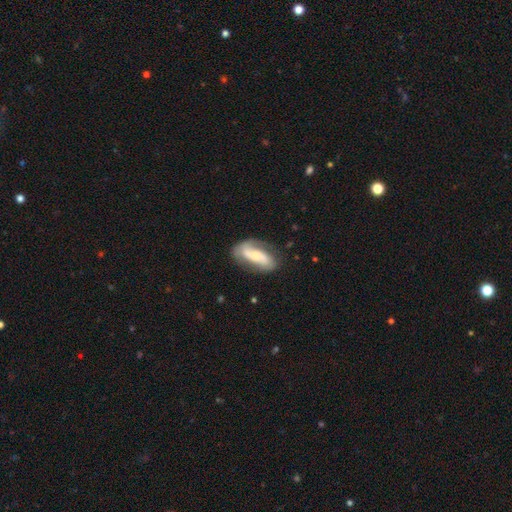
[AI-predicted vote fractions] This is likely a featured or disk galaxy (65%). It is clearly not viewed edge-on (88%). Bar: marginally no (40%). Spiral arm pattern: likely yes (78%). Central bulge: possibly moderate (52%). Merging: likely none (68%).